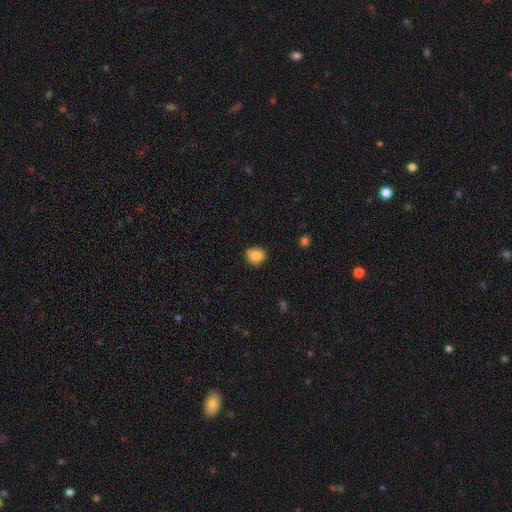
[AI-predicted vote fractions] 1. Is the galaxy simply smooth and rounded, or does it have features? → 85% smooth, 9% star or artifact, 5% featured or disk.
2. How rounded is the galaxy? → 80% round, 19% in between, 1% cigar-shaped.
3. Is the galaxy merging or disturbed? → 77% none, 18% minor disturbance, 3% major disturbance, 2% merger.